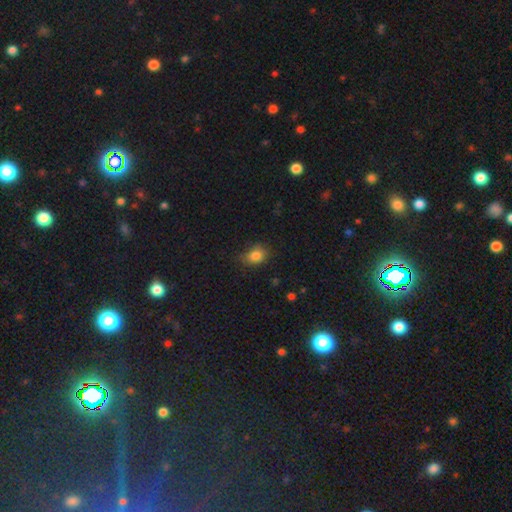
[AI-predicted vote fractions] A smooth galaxy with no disk features (83%) that is in between round and cigar-shaped (54%).

Vote fractions:
- Smooth or featured? smooth: 83% / star or artifact: 11% / featured or disk: 6%
- How rounded? in between: 54% / round: 45% / cigar-shaped: 1%
- Merging? none: 68% / minor disturbance: 24% / major disturbance: 6% / merger: 2%